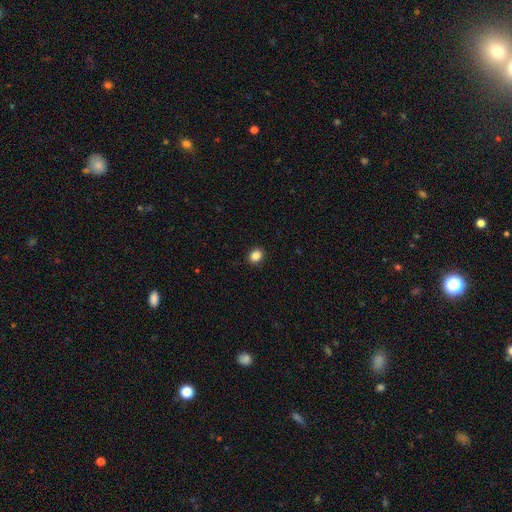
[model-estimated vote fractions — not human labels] A smooth galaxy with no disk features (86%) that is round (51%).

Vote fractions:
- Smooth or featured? smooth: 86% / star or artifact: 10% / featured or disk: 4%
- How rounded? round: 51% / in between: 48% / cigar-shaped: 1%
- Merging? none: 91% / minor disturbance: 7% / major disturbance: 2% / merger: 1%